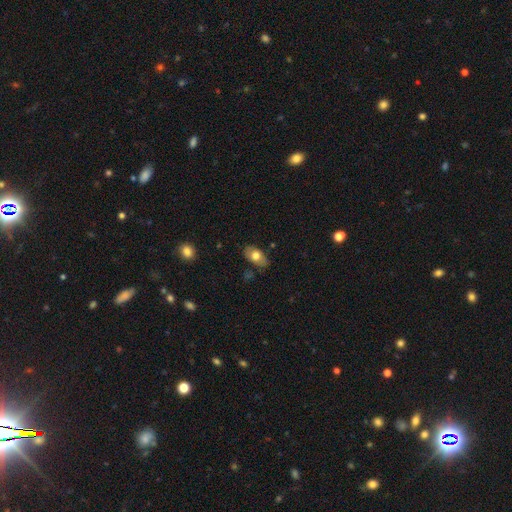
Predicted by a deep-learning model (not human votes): Q: Smooth or featured?
A: smooth (70%); runner-up: featured or disk (23%)
Q: How rounded?
A: in between (90%); runner-up: round (8%)
Q: Merging?
A: none (79%); runner-up: minor disturbance (16%)